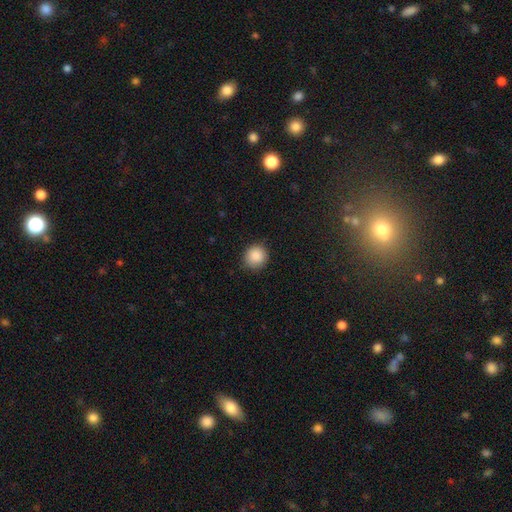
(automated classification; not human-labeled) A smooth galaxy with no disk features (88%) that is round (91%).

Vote fractions:
- Smooth or featured? smooth: 88% / star or artifact: 9% / featured or disk: 3%
- How rounded? round: 91% / in between: 9% / cigar-shaped: 1%
- Merging? none: 85% / minor disturbance: 12% / major disturbance: 3% / merger: 1%